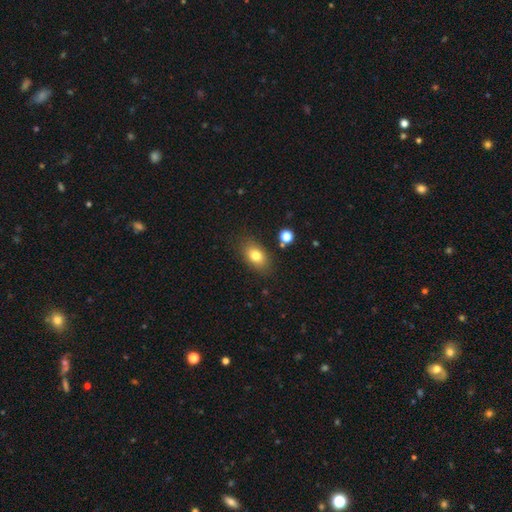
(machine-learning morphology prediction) smooth 78%, featured or disk 12%, star or artifact 10%. Down the decision tree: how rounded — in between (82%); merging — none (82%).